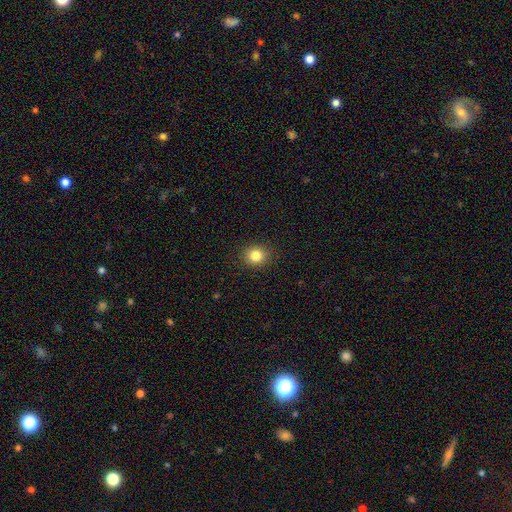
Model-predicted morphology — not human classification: smooth-or-featured: smooth: 83% | star or artifact: 11% | featured or disk: 6%
  how-rounded: round: 79% | in between: 20% | cigar-shaped: 1%
  merging: none: 91% | minor disturbance: 6% | major disturbance: 2% | merger: 1%